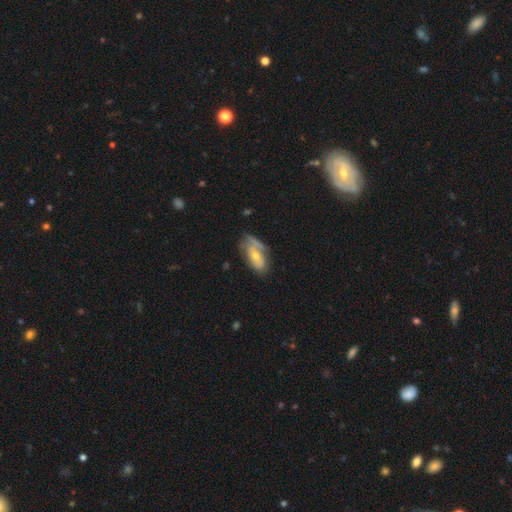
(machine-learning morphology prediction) Smooth or featured? featured or disk (52%)
Edge-on disk? no (89%)
Merging? none (45%)